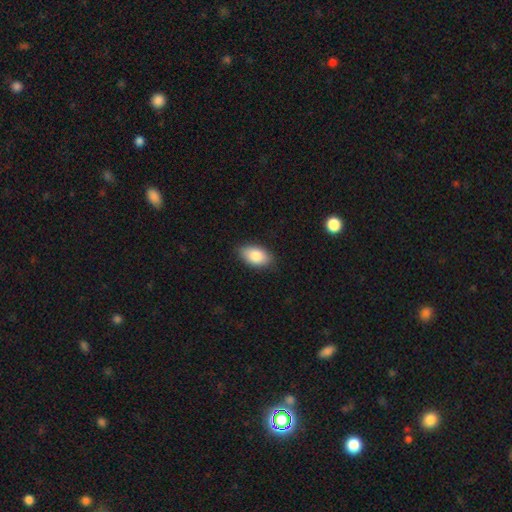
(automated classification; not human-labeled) Smooth or featured?
  - smooth: 85% *
  - featured or disk: 9%
  - star or artifact: 7%
How rounded?
  - in between: 92% *
  - round: 6%
  - cigar-shaped: 2%
Merging?
  - none: 85% *
  - minor disturbance: 12%
  - major disturbance: 2%
  - merger: 1%